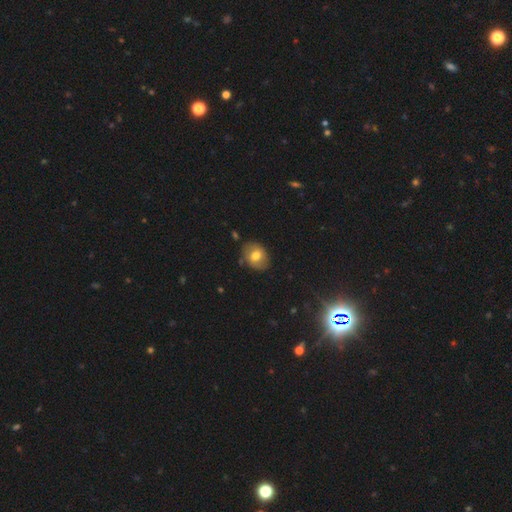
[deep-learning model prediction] Smooth or featured? Predicted: smooth (p=0.65). How rounded? Predicted: in between (p=0.51). Merging? Predicted: none (p=0.72).